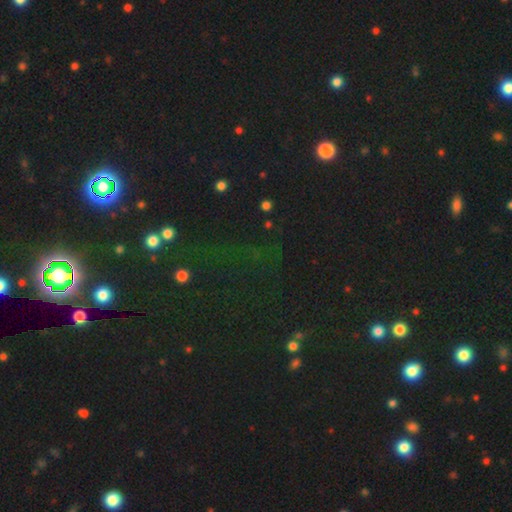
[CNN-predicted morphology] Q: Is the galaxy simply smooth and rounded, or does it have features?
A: star or artifact — 74%.